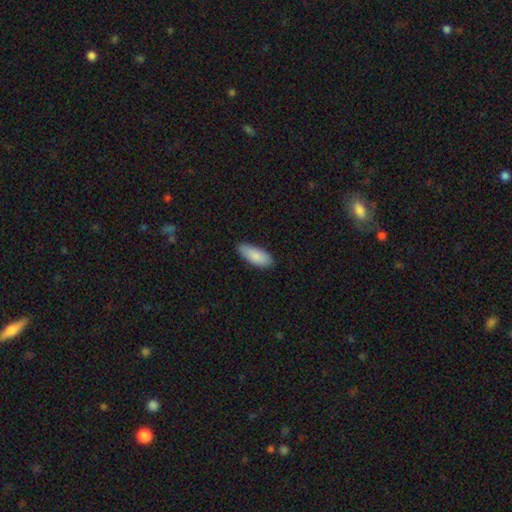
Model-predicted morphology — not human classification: This is clearly a smooth galaxy (87%). How rounded: clearly in between (84%). Merging: clearly none (81%).